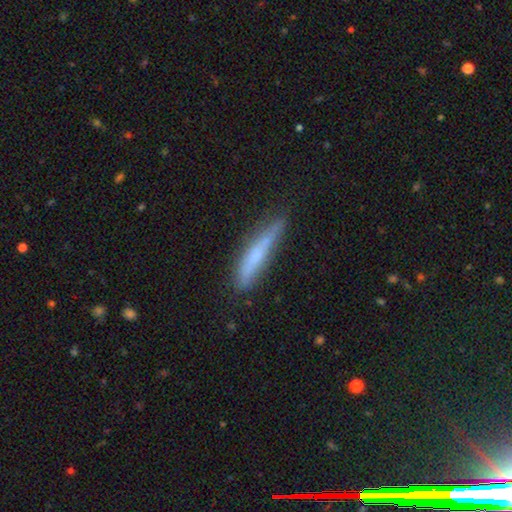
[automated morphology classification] smooth 61%, featured or disk 32%, star or artifact 7%. Down the decision tree: how rounded — cigar-shaped (92%); merging — none (66%).